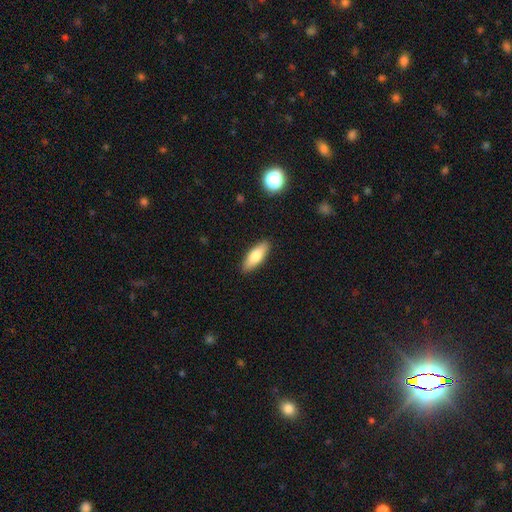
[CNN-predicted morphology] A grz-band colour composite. It shows a smooth galaxy with no disk features (77%) that is in between round and cigar-shaped (66%). Merging: none (89%).